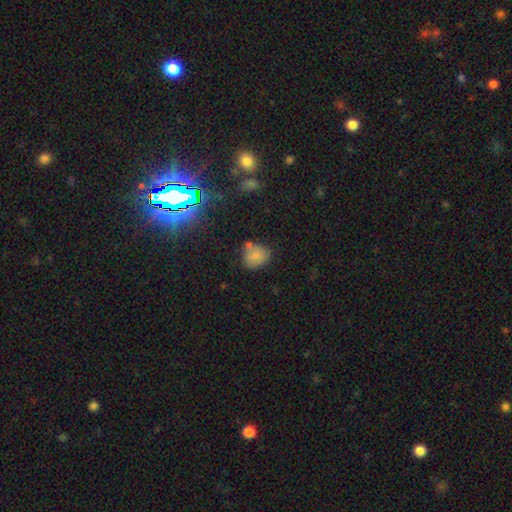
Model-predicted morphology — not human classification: type=smooth (76%); roundness=round (63%); merging=none (61%).